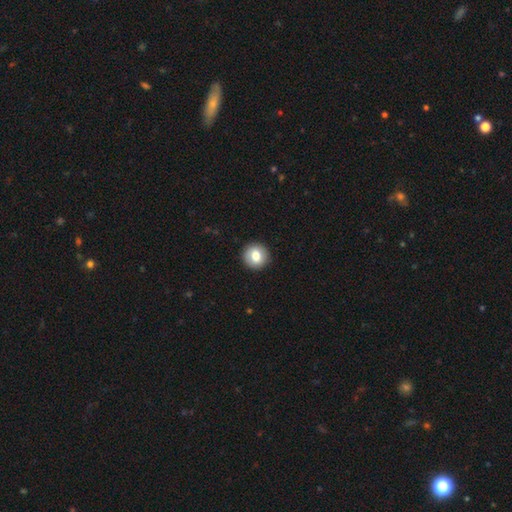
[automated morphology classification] smooth-or-featured: smooth: 80% | featured or disk: 12% | star or artifact: 8%
  how-rounded: round: 92% | in between: 8% | cigar-shaped: 1%
  merging: none: 91% | minor disturbance: 6% | major disturbance: 2% | merger: 1%